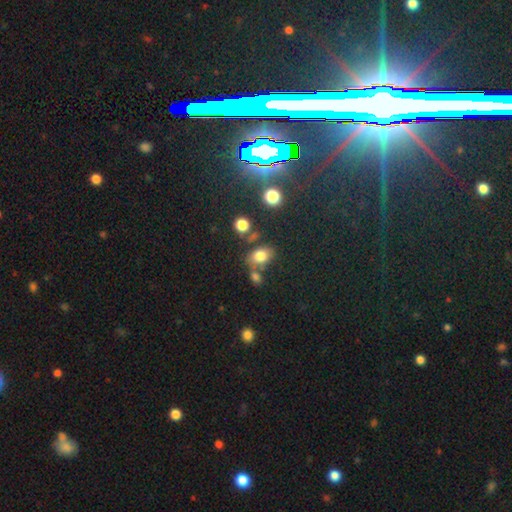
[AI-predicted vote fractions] Q: Smooth or featured?
A: star or artifact (49%); runner-up: smooth (40%)